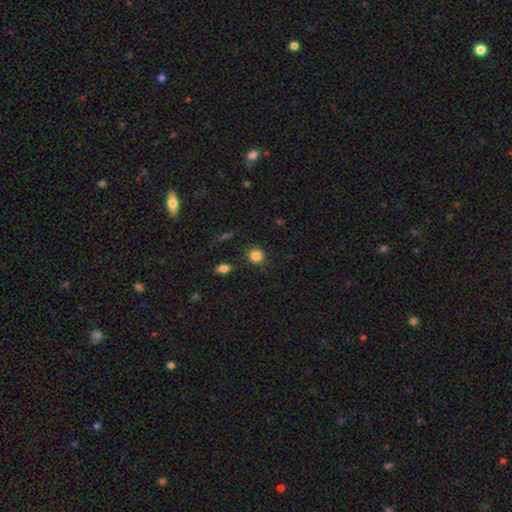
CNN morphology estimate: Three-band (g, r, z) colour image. It shows a smooth galaxy with no disk features (86%) that is round (86%). Merging: none (85%).